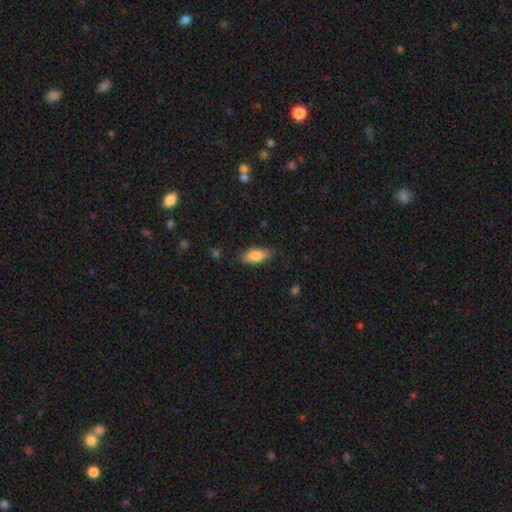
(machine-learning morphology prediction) Smooth or featured?
  - smooth: 78% *
  - featured or disk: 15%
  - star or artifact: 7%
How rounded?
  - in between: 82% *
  - cigar-shaped: 15%
  - round: 3%
Merging?
  - none: 83% *
  - minor disturbance: 13%
  - major disturbance: 3%
  - merger: 1%